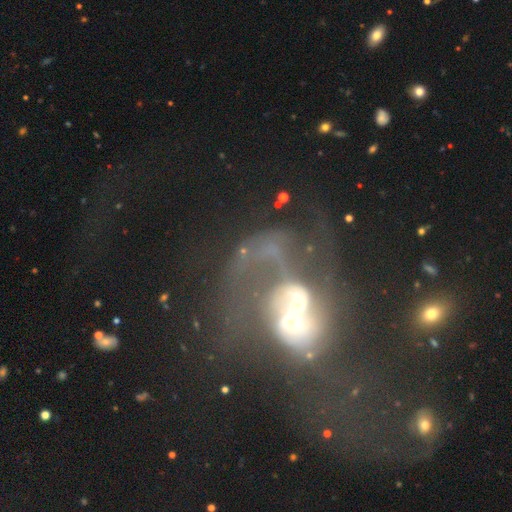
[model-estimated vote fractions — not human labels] The model was most divided on "spiral arms": yes: 55%, no: 45%. Remaining: edge-on disk — no (97%); bar — no (76%); merging — merger (67%); smooth or featured — featured or disk (64%); bulge size — moderate (50%).